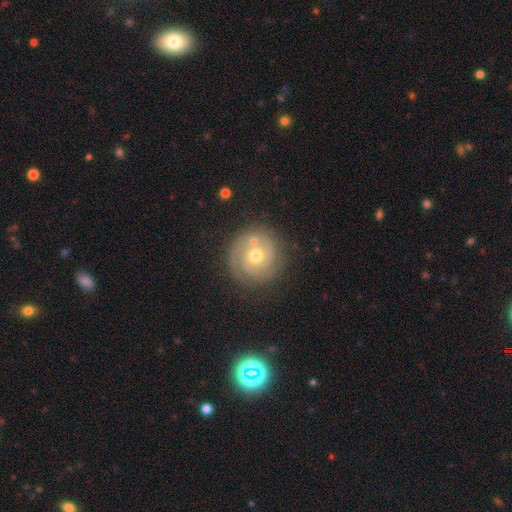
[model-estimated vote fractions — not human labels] Q: Smooth or featured?
A: featured or disk (77%); runner-up: smooth (14%)
Q: Edge-on disk?
A: no (98%); runner-up: yes (2%)
Q: Bar?
A: no (76%); runner-up: weak (20%)
Q: Spiral arms?
A: yes (91%); runner-up: no (9%)
Q: Spiral winding?
A: tight (70%); runner-up: medium (24%)
Q: Spiral arm count?
A: 2 (61%); runner-up: can't tell (16%)
Q: Bulge size?
A: moderate (68%); runner-up: small (26%)
Q: Merging?
A: none (77%); runner-up: minor disturbance (12%)